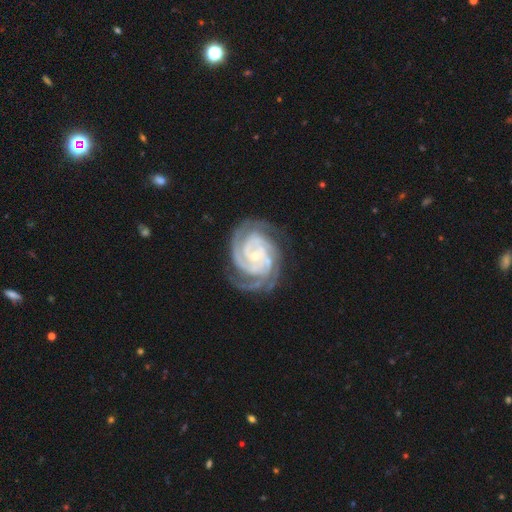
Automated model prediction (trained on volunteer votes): Smooth or featured: featured or disk — 93% (star or artifact — 4%)
Edge-on disk: no — 98% (yes — 2%)
Bar: no — 63% (weak — 26%)
Spiral arms: yes — 99% (no — 1%)
Spiral winding: tight — 75% (medium — 22%)
Spiral arm count: 3 — 38% (4 — 21%)
Bulge size: small — 73% (moderate — 23%)
Merging: none — 74% (minor disturbance — 17%)